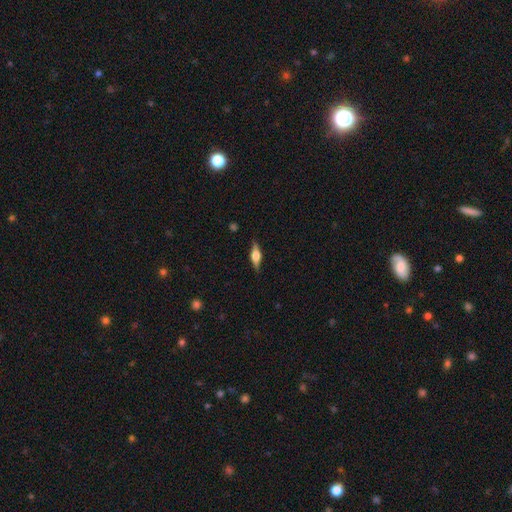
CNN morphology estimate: The model was most divided on "smooth or featured": featured or disk: 60%, smooth: 33%, star or artifact: 7%. More confident: edge-on disk — yes (94%); edge-on bulge — rounded (88%); merging — none (85%).